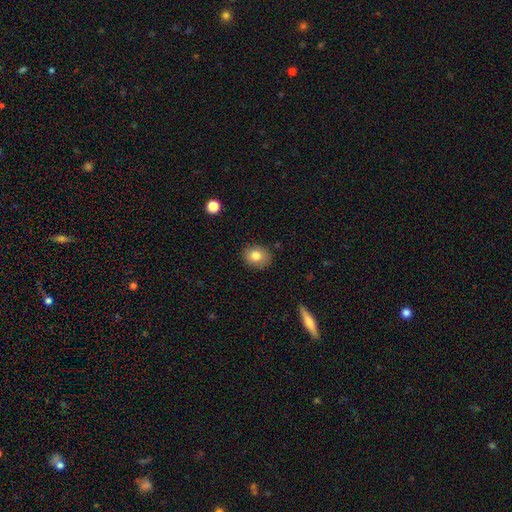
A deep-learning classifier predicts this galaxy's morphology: smooth-or-featured: smooth: 81% | featured or disk: 10% | star or artifact: 10%
  how-rounded: round: 60% | in between: 39% | cigar-shaped: 1%
  merging: none: 85% | minor disturbance: 11% | major disturbance: 3% | merger: 1%